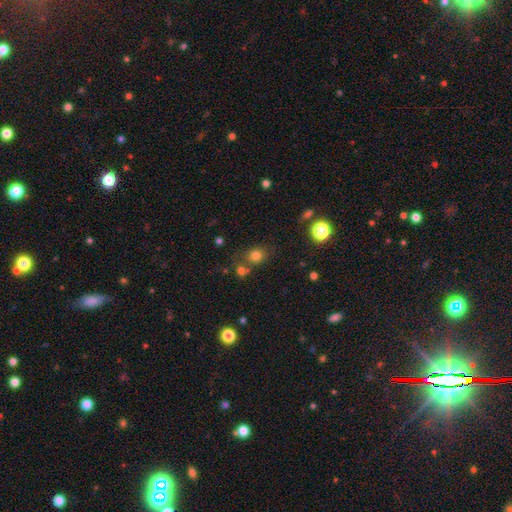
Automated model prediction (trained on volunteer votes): This appears to be a smooth galaxy with no disk features (75%) that is round (73%). Merging: none (64%).